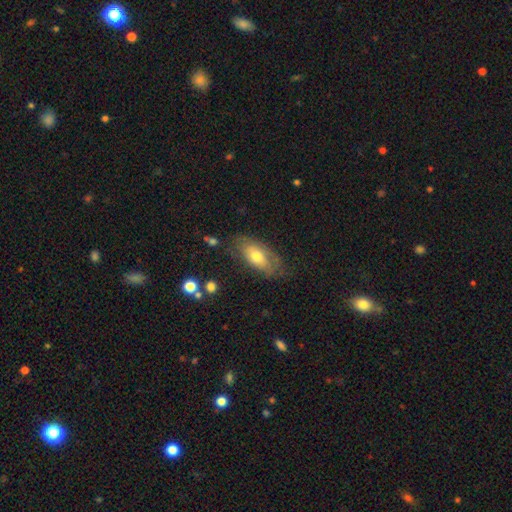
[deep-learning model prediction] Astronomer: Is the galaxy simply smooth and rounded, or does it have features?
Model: smooth — 52% (runner-up: featured or disk, 39%).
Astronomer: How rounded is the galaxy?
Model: in between — 87%.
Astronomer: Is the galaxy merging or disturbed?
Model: none — 66%.